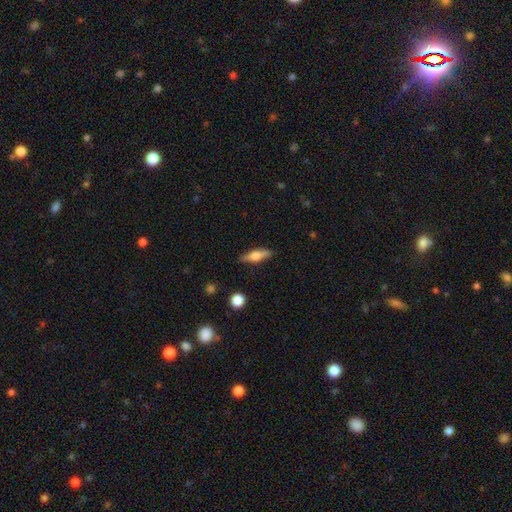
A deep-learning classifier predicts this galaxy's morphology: Smooth or featured?
  - smooth: 51% *
  - featured or disk: 43%
  - star or artifact: 6%
How rounded?
  - cigar-shaped: 56% *
  - in between: 41%
  - round: 3%
Merging?
  - none: 86% *
  - minor disturbance: 10%
  - major disturbance: 2%
  - merger: 1%